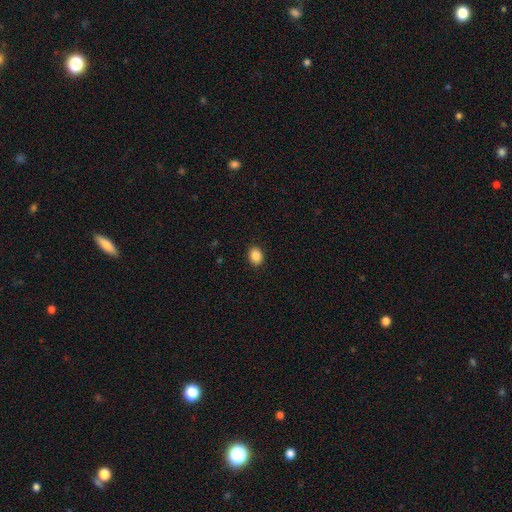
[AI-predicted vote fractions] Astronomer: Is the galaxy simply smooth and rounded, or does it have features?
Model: smooth — 88%.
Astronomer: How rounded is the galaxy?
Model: in between — 54% (runner-up: round, 45%).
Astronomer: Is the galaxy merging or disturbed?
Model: none — 90%.